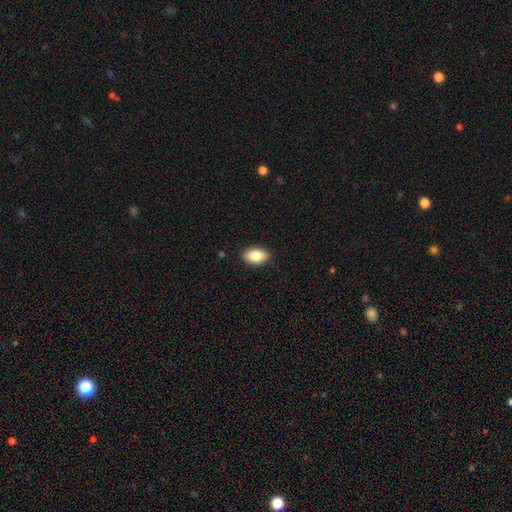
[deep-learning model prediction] A smooth galaxy with no disk features (84%) that is in between round and cigar-shaped (92%). Merging: none (89%).